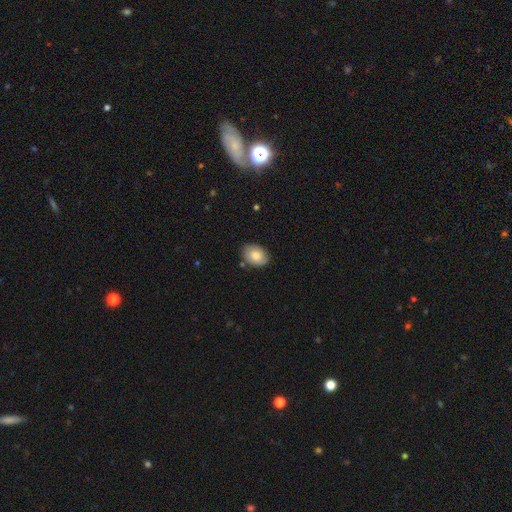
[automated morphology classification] A smooth galaxy with no disk features (77%) that is in between round and cigar-shaped (76%).

Vote fractions:
- Smooth or featured? smooth: 77% / featured or disk: 15% / star or artifact: 7%
- How rounded? in between: 76% / round: 23% / cigar-shaped: 1%
- Merging? none: 79% / minor disturbance: 16% / major disturbance: 3% / merger: 2%